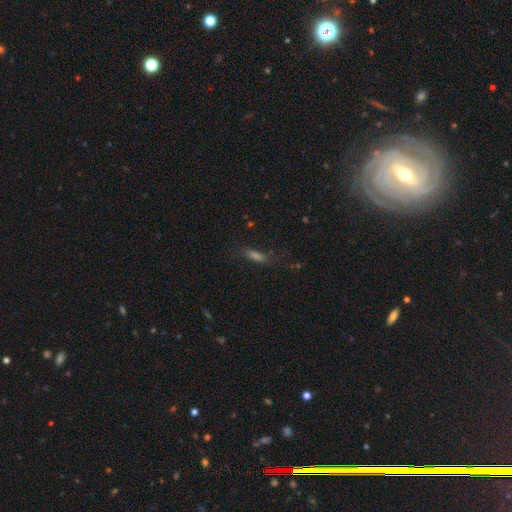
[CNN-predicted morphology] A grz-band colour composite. It shows a smooth galaxy with no disk features (54%) that is cigar-shaped (57%). Merging: none (62%).